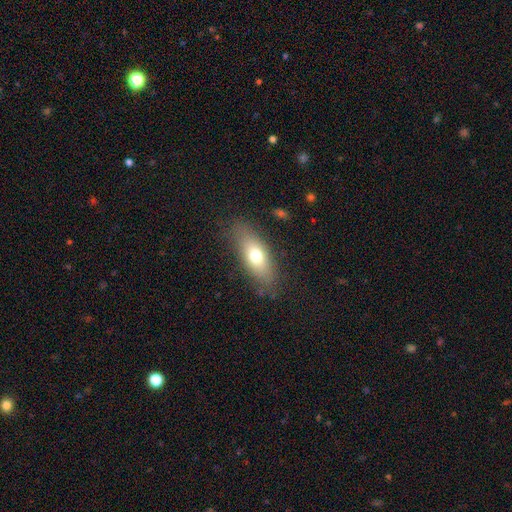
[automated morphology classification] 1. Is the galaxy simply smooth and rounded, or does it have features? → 69% smooth, 24% featured or disk, 8% star or artifact.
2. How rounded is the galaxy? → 71% in between, 25% cigar-shaped, 4% round.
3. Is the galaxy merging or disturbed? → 81% none, 13% minor disturbance, 5% major disturbance, 1% merger.